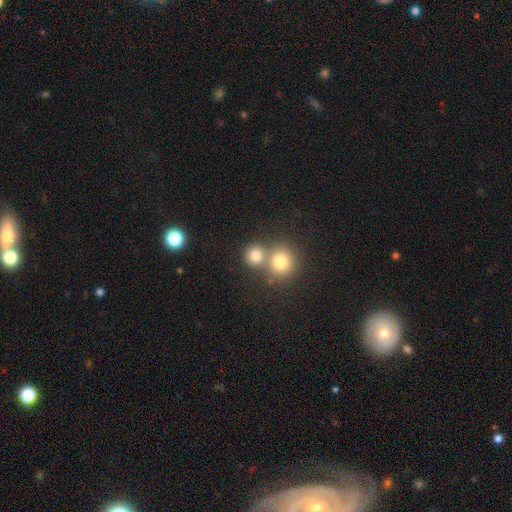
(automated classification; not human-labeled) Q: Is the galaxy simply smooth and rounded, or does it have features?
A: smooth — 77%.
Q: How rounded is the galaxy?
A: round — 86%.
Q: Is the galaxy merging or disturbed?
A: none — 52%.